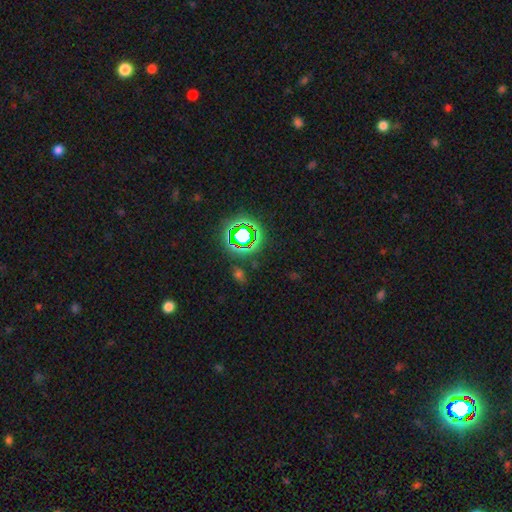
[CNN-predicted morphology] Smooth or featured? star or artifact (69%)